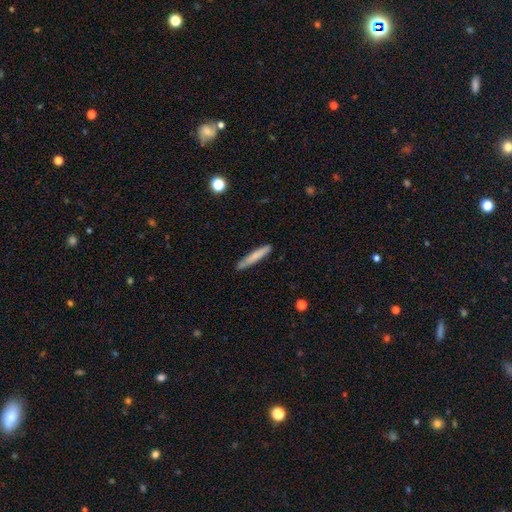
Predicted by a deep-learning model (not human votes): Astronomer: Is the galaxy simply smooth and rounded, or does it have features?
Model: smooth — 74%.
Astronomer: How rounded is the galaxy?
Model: cigar-shaped — 93%.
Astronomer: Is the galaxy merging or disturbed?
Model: none — 85%.